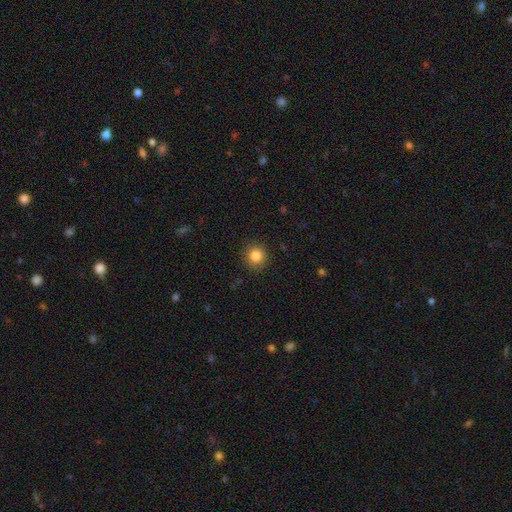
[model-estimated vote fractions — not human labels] smooth-or-featured: smooth: 85% | star or artifact: 10% | featured or disk: 5%
  how-rounded: round: 92% | in between: 7% | cigar-shaped: 1%
  merging: none: 89% | minor disturbance: 7% | major disturbance: 2% | merger: 1%